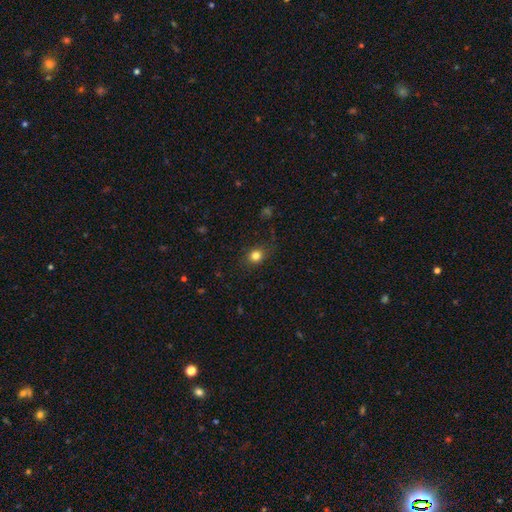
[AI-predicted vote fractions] The model was most divided on "how rounded": round: 77%, in between: 22%, cigar-shaped: 1%. More confident: merging — none (82%); smooth or featured — smooth (81%).